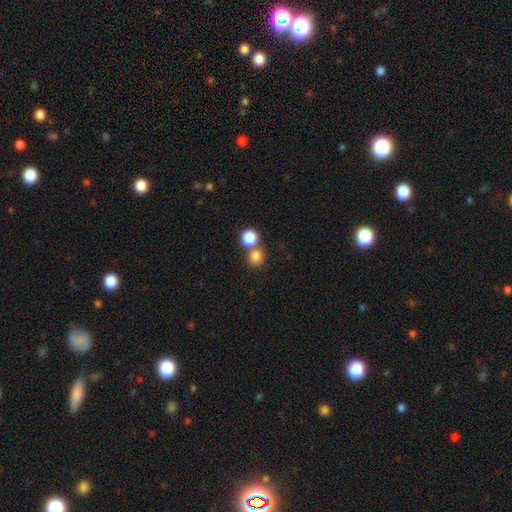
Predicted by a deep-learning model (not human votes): Smooth or featured: smooth — 82% (star or artifact — 12%)
How rounded: round — 83% (in between — 16%)
Merging: none — 55% (merger — 36%)